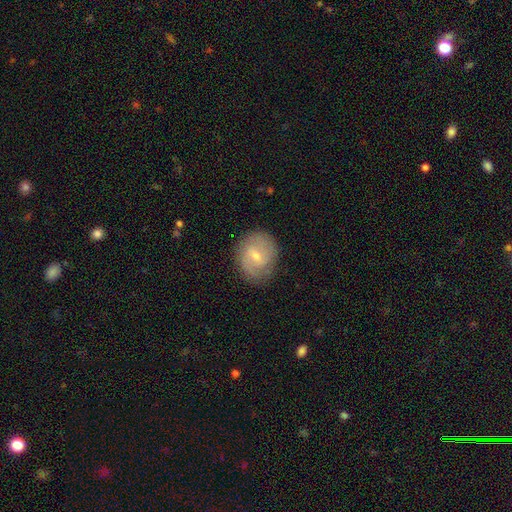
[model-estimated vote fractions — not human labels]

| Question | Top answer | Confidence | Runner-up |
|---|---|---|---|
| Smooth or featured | featured or disk | 66% | smooth (26%) |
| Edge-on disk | no | 97% | yes (3%) |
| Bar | weak | 58% | no (27%) |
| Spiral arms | yes | 86% | no (14%) |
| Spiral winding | medium | 43% | tight (36%) |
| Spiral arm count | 2 | 71% | can't tell (17%) |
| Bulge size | small | 61% | moderate (35%) |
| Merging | none | 82% | minor disturbance (13%) |